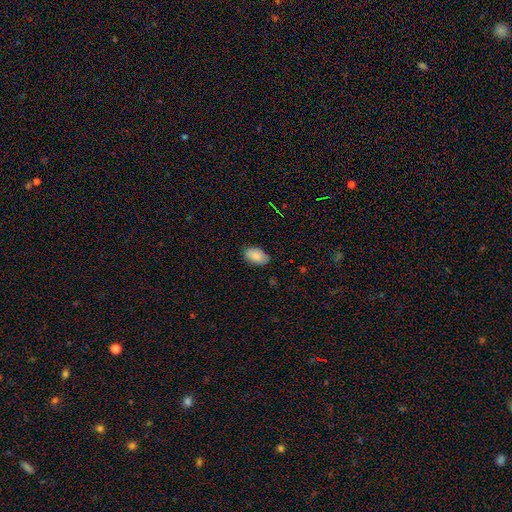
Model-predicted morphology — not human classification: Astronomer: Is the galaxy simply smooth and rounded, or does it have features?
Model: smooth — 87%.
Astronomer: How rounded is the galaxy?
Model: in between — 94%.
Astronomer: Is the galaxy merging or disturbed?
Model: none — 83%.